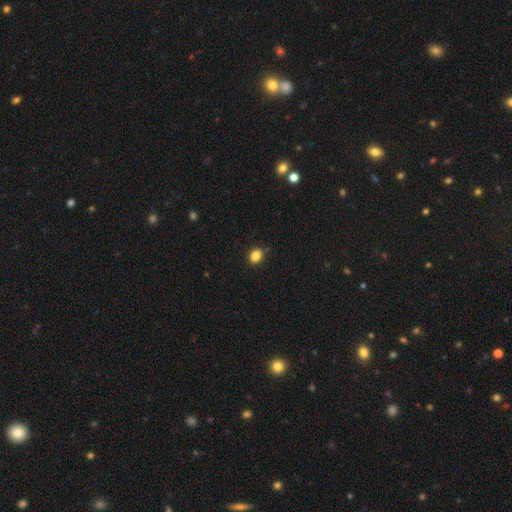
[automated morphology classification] The model was most divided on "how rounded": in between: 57%, round: 42%, cigar-shaped: 1%. More confident: merging — none (87%); smooth or featured — smooth (85%).